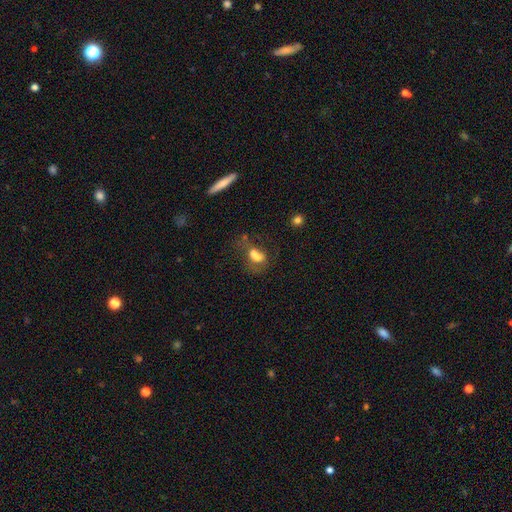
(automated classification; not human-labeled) Morphology: type=smooth (59%); roundness=in between (67%); merging=merger (52%).